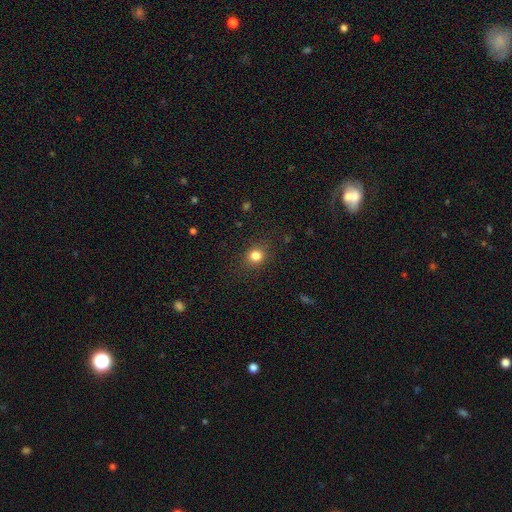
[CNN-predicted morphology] smooth-or-featured: smooth: 82% | star or artifact: 13% | featured or disk: 6%
  how-rounded: round: 76% | in between: 22% | cigar-shaped: 1%
  merging: none: 87% | minor disturbance: 9% | major disturbance: 3% | merger: 1%